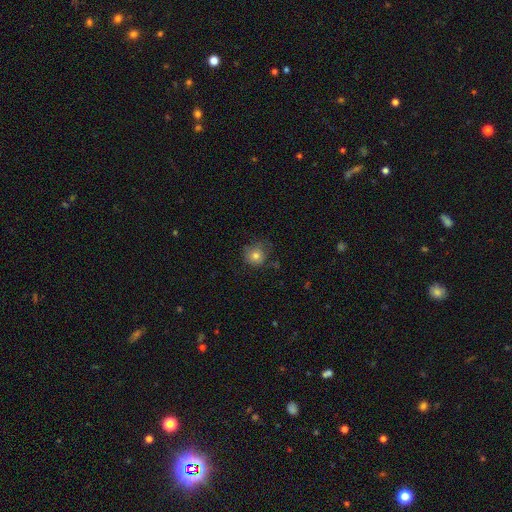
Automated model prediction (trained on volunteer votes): A smooth galaxy with no disk features (74%) that is round (86%).

Vote fractions:
- Smooth or featured? smooth: 74% / featured or disk: 13% / star or artifact: 12%
- How rounded? round: 86% / in between: 13% / cigar-shaped: 1%
- Merging? none: 62% / minor disturbance: 26% / major disturbance: 10% / merger: 2%